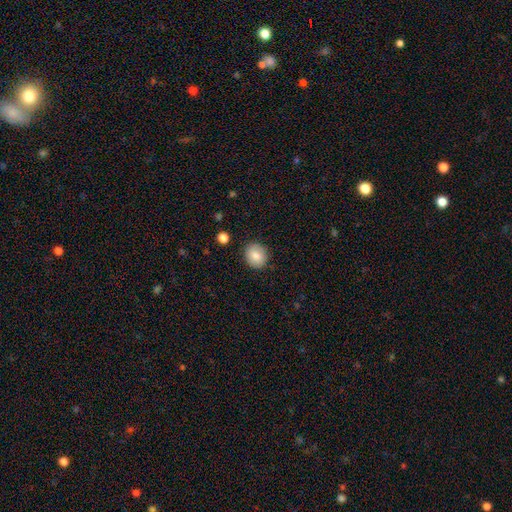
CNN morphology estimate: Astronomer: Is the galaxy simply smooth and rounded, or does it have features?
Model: smooth — 85%.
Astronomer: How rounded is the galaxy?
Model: round — 74%.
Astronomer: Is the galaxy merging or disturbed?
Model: none — 88%.